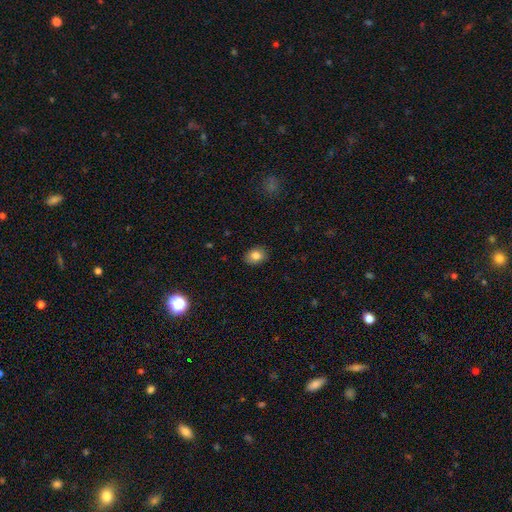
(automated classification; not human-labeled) smooth 83%, star or artifact 9%, featured or disk 8%. Down the decision tree: how rounded — in between (61%); merging — none (87%).